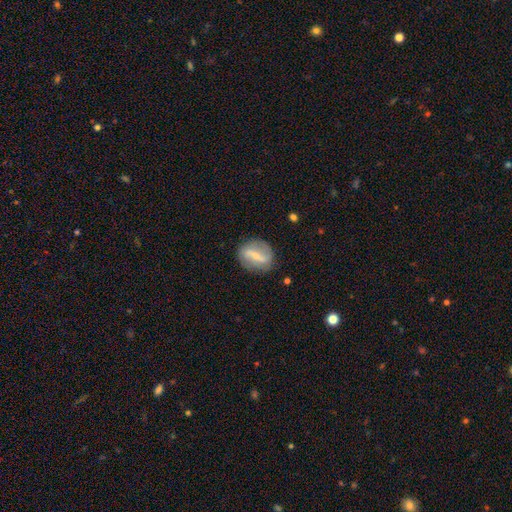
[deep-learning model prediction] Overall: featured or disk (69%). Edge-on disk: no (93%). Bar: strong (60%; weak 29%). Spiral arms: yes (69%; no 31%). Bulge size: small (65%; moderate 26%). Merging: none (81%).